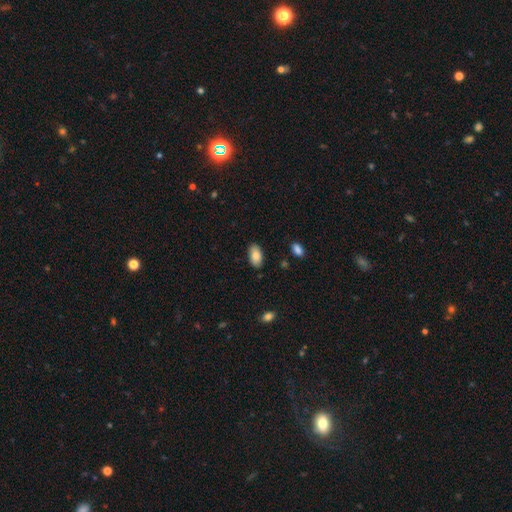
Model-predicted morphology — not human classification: Smooth or featured?
  - smooth: 86% *
  - featured or disk: 7%
  - star or artifact: 7%
How rounded?
  - in between: 95% *
  - round: 3%
  - cigar-shaped: 2%
Merging?
  - none: 86% *
  - minor disturbance: 10%
  - major disturbance: 2%
  - merger: 1%